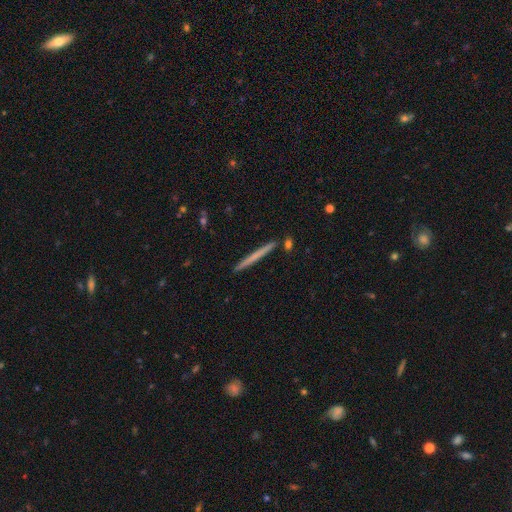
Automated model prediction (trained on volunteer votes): smooth 56%, featured or disk 39%, star or artifact 6%. Down the decision tree: how rounded — cigar-shaped (97%); merging — none (91%).